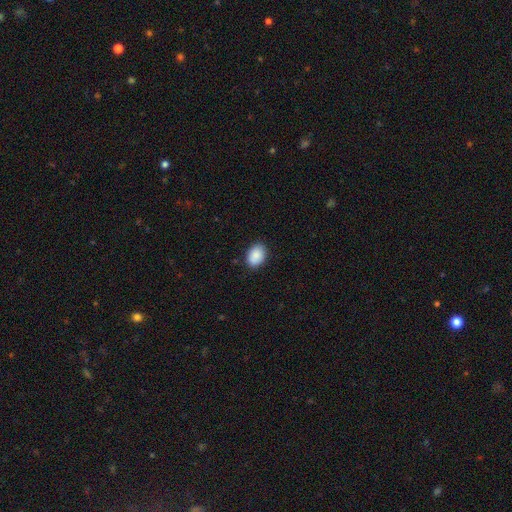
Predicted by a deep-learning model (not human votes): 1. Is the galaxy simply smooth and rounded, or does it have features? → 89% smooth, 7% star or artifact, 4% featured or disk.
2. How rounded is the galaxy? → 78% in between, 21% round, 1% cigar-shaped.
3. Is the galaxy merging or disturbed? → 86% none, 11% minor disturbance, 2% major disturbance, 1% merger.